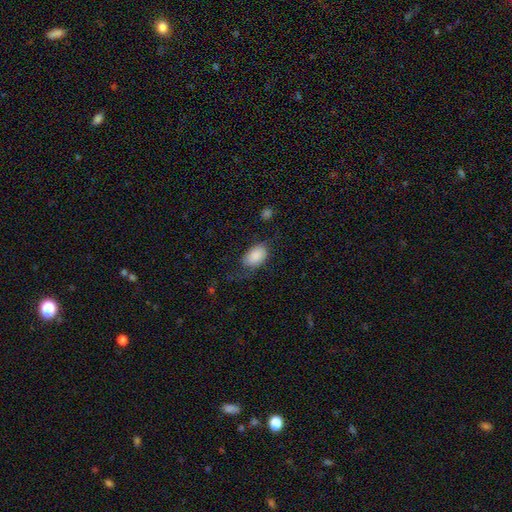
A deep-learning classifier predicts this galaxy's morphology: A smooth galaxy with no disk features (83%) that is in between round and cigar-shaped (90%).

Vote fractions:
- Smooth or featured? smooth: 83% / featured or disk: 10% / star or artifact: 7%
- How rounded? in between: 90% / round: 9% / cigar-shaped: 1%
- Merging? none: 54% / minor disturbance: 26% / major disturbance: 17% / merger: 2%